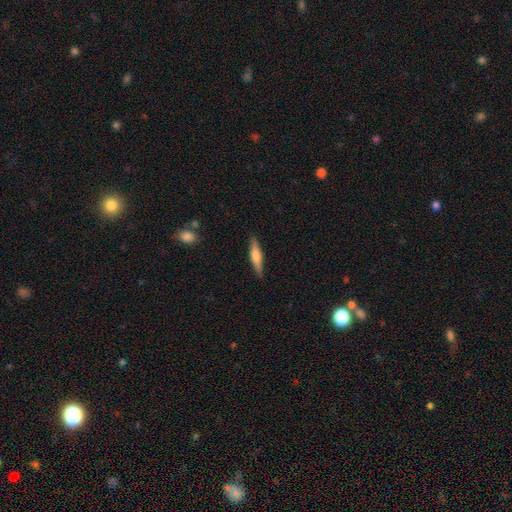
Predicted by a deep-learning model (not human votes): The model was most divided on "smooth or featured": smooth: 57%, featured or disk: 38%, star or artifact: 6%. More confident: merging — none (88%); how rounded — cigar-shaped (83%).